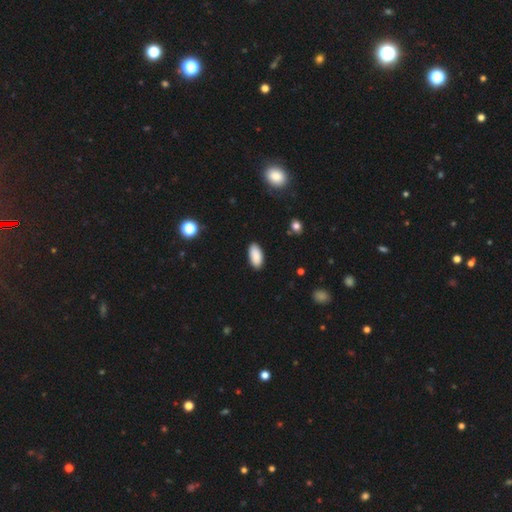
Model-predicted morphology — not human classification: Smooth or featured? Predicted: smooth (p=0.89). How rounded? Predicted: in between (p=0.93). Merging? Predicted: none (p=0.88).